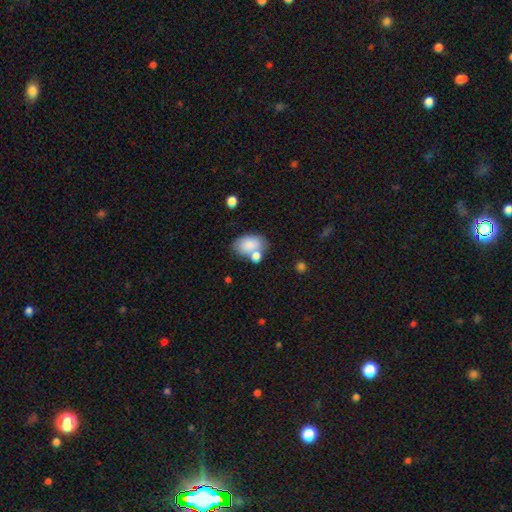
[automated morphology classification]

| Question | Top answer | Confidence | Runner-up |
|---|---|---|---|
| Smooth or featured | smooth | 82% | featured or disk (10%) |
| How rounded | in between | 85% | round (13%) |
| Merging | none | 48% | merger (31%) |